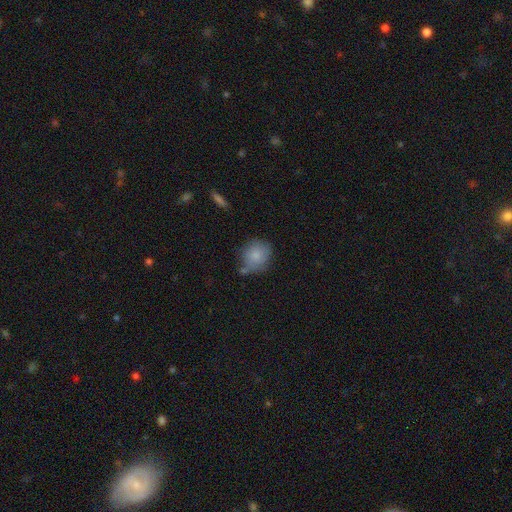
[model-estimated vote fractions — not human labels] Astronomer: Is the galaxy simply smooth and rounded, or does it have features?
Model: smooth — 83%.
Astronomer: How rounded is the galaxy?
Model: round — 78%.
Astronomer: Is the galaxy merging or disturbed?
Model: none — 64%.